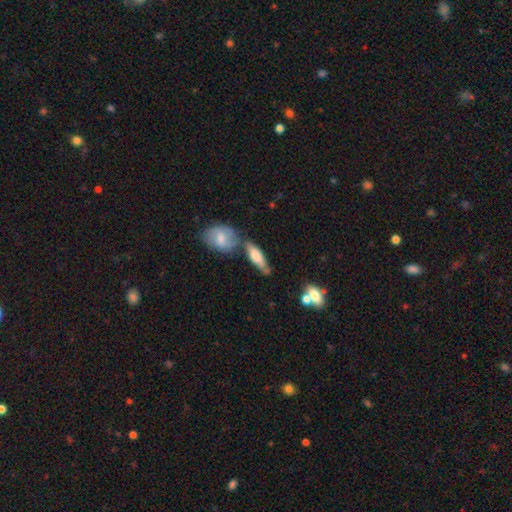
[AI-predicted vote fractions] smooth-or-featured: smooth: 68% | featured or disk: 26% | star or artifact: 6%
  how-rounded: in between: 56% | cigar-shaped: 41% | round: 3%
  merging: none: 53% | merger: 22% | minor disturbance: 19% | major disturbance: 6%